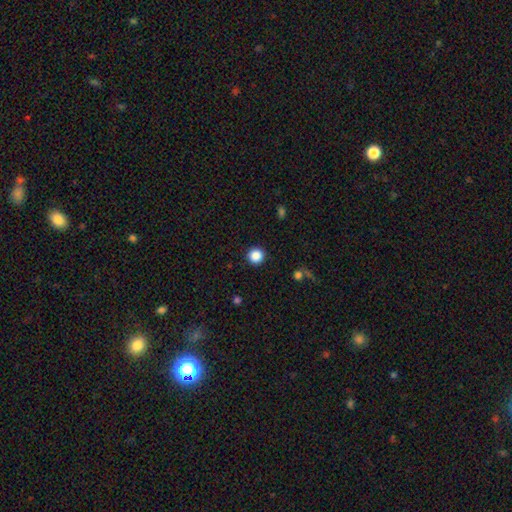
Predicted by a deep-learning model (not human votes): Smooth or featured? smooth (87%)
How rounded? round (95%)
Merging? none (92%)